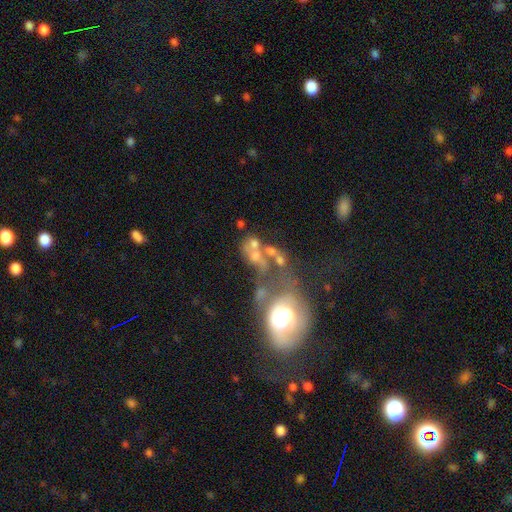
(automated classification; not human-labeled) Smooth or featured? Predicted: featured or disk (p=0.49). Merging? Predicted: merger (p=0.42).